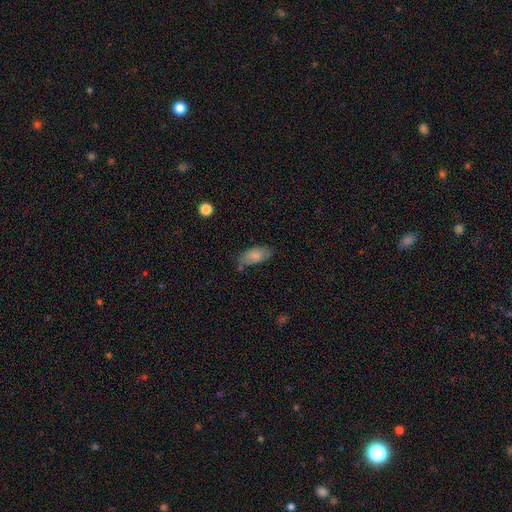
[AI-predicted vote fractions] Overall: smooth (80%). How rounded: in between (91%). Merging: none (62%; minor disturbance 26%).